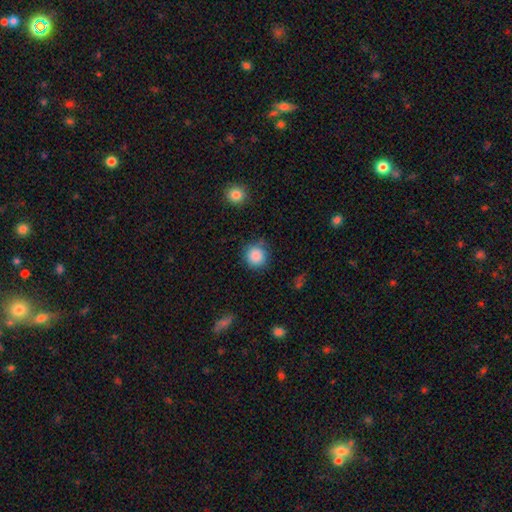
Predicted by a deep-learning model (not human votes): Smooth or featured?
  - smooth: 88% *
  - star or artifact: 9%
  - featured or disk: 3%
How rounded?
  - round: 93% *
  - in between: 6%
  - cigar-shaped: 1%
Merging?
  - none: 83% *
  - minor disturbance: 11%
  - major disturbance: 4%
  - merger: 2%